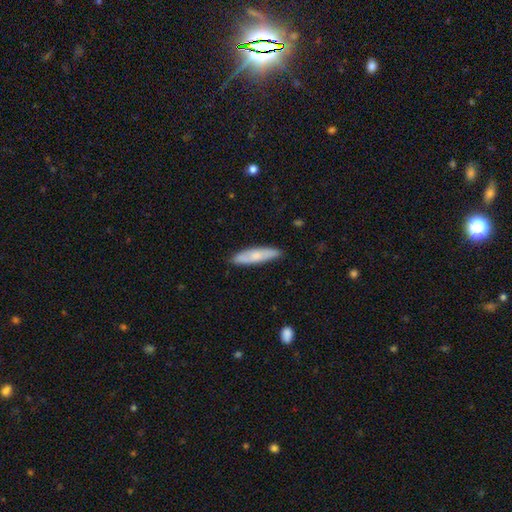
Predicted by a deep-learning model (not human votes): smooth 65%, featured or disk 29%, star or artifact 6%. Down the decision tree: how rounded — cigar-shaped (72%); merging — none (85%).